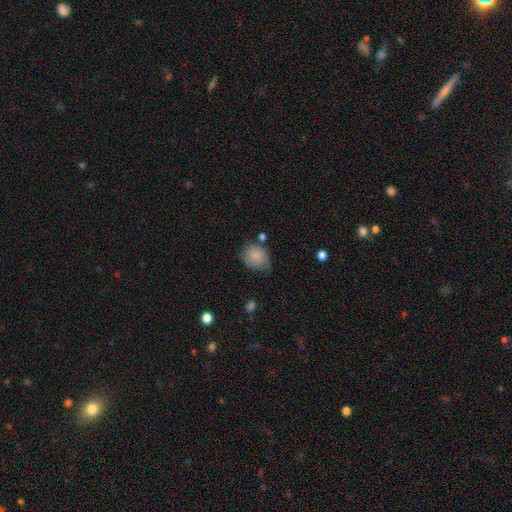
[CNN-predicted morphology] Smooth or featured? smooth (83%)
How rounded? round (60%)
Merging? none (59%)